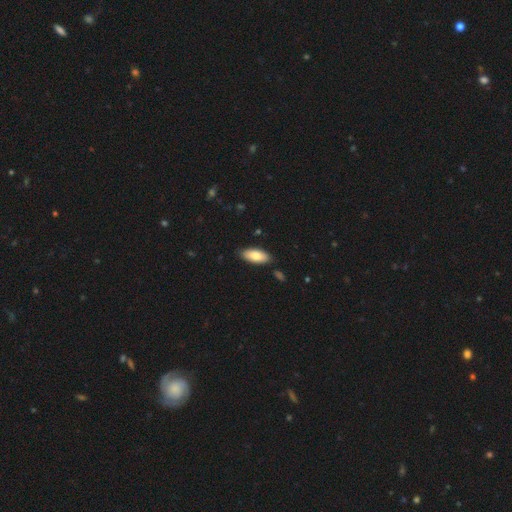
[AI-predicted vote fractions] A smooth galaxy with no disk features (80%) that is in between round and cigar-shaped (86%).

Vote fractions:
- Smooth or featured? smooth: 80% / featured or disk: 14% / star or artifact: 6%
- How rounded? in between: 86% / cigar-shaped: 12% / round: 2%
- Merging? none: 86% / minor disturbance: 10% / merger: 2% / major disturbance: 2%